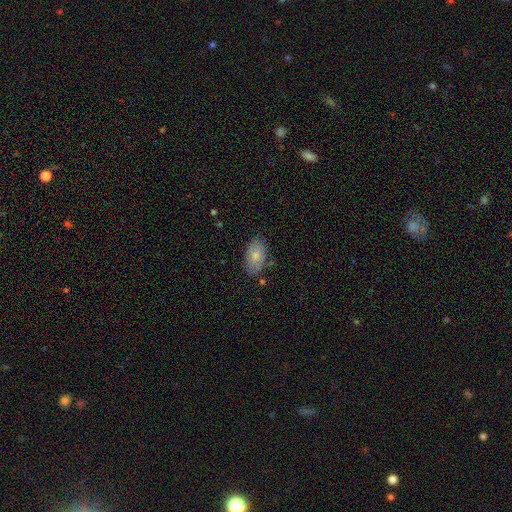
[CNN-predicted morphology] smooth_or_featured: smooth (p=0.75) [alt: featured or disk p=0.19]
how_rounded: in between (p=0.93) [alt: round p=0.05]
merging: none (p=0.79) [alt: minor disturbance p=0.16]